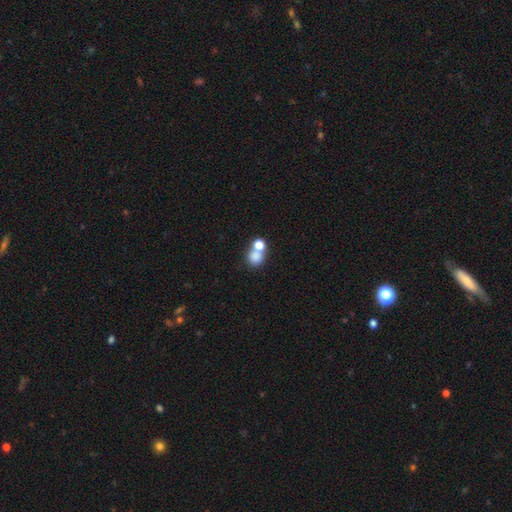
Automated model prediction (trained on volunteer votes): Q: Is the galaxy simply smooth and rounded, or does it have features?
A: smooth — 76%.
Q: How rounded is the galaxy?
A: round — 75%.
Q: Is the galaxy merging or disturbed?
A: merger — 53%.